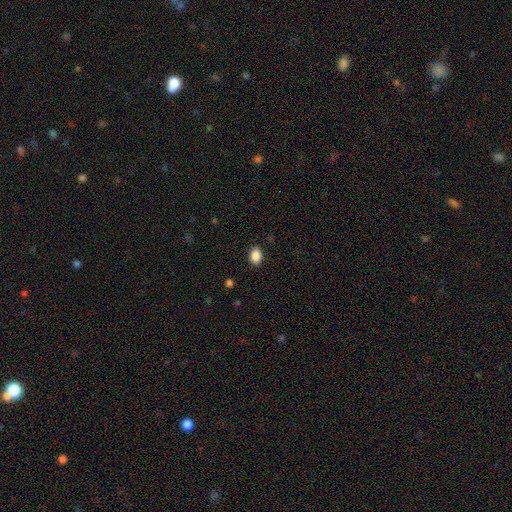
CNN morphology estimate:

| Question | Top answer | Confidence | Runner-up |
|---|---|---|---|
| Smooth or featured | smooth | 88% | star or artifact (8%) |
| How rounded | in between | 83% | round (16%) |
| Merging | none | 88% | minor disturbance (8%) |